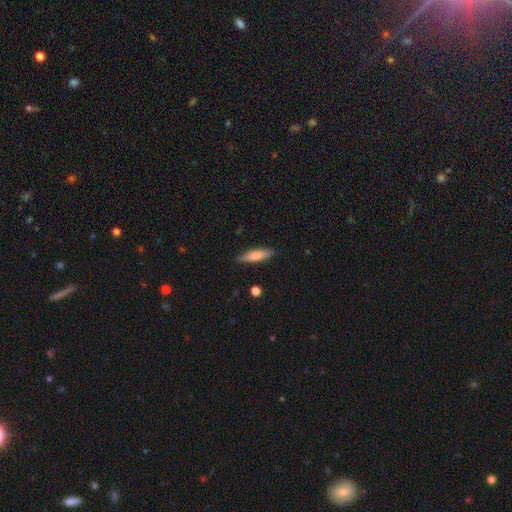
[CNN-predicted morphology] A smooth galaxy with no disk features (68%) that is cigar-shaped (71%).

Vote fractions:
- Smooth or featured? smooth: 68% / featured or disk: 26% / star or artifact: 6%
- How rounded? cigar-shaped: 71% / in between: 28% / round: 2%
- Merging? none: 85% / minor disturbance: 11% / major disturbance: 2% / merger: 1%